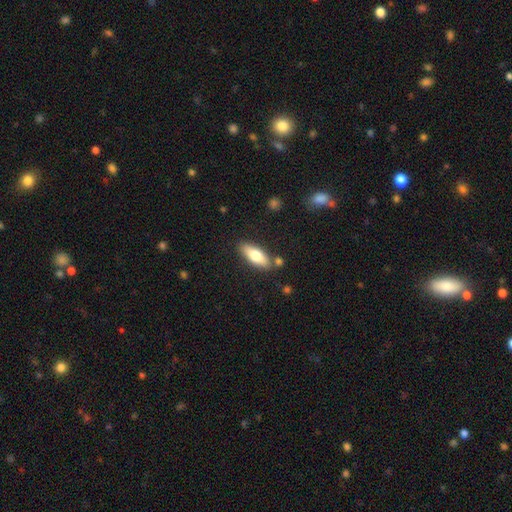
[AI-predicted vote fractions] Smooth or featured?
  - smooth: 68% *
  - featured or disk: 26%
  - star or artifact: 6%
How rounded?
  - in between: 64% *
  - cigar-shaped: 34%
  - round: 2%
Merging?
  - none: 81% *
  - minor disturbance: 11%
  - merger: 5%
  - major disturbance: 2%